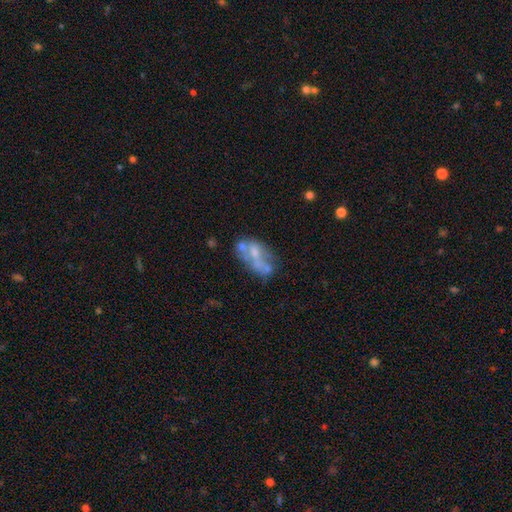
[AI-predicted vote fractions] smooth-or-featured: featured or disk: 58% | smooth: 29% | star or artifact: 12%
  disk-edge-on: no: 96% | yes: 4%
    bar: no: 84% | weak: 12% | strong: 4%
    has-spiral-arms: no: 91% | yes: 9%
    bulge-size: none: 43% | small: 30% | moderate: 24% | large: 3% | dominant: 1%
  merging: none: 36% | merger: 28% | minor disturbance: 18% | major disturbance: 17%